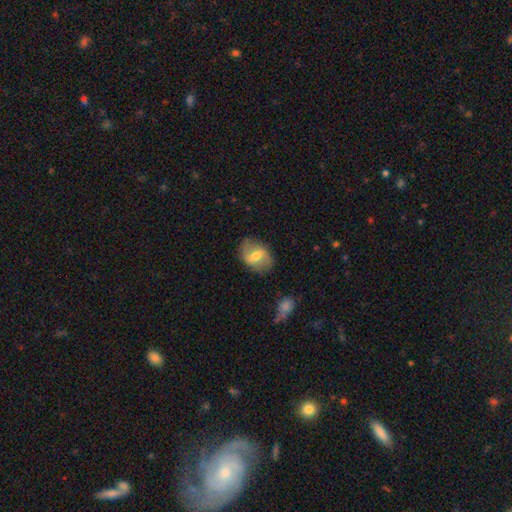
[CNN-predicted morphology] Smooth or featured? featured or disk (53%)
Edge-on disk? no (94%)
Bar? weak (46%)
Spiral arms? yes (61%)
Bulge size? moderate (66%)
Merging? none (77%)